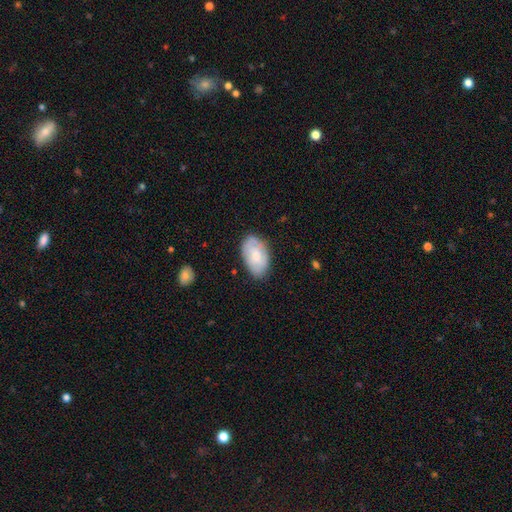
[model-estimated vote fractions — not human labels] A smooth galaxy with no disk features (66%) that is in between round and cigar-shaped (93%).

Vote fractions:
- Smooth or featured? smooth: 66% / featured or disk: 28% / star or artifact: 6%
- How rounded? in between: 93% / round: 6% / cigar-shaped: 1%
- Merging? none: 76% / minor disturbance: 19% / major disturbance: 4% / merger: 1%